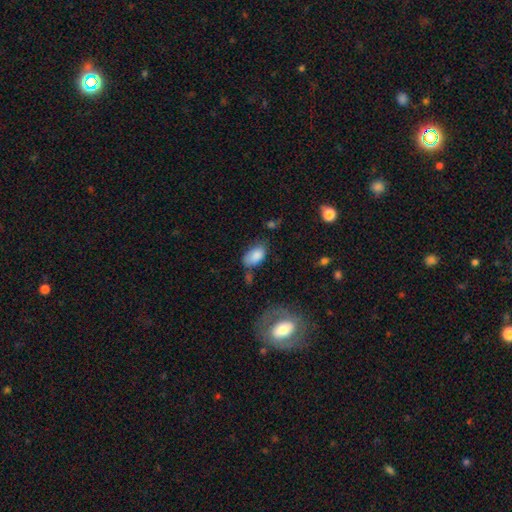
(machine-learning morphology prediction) A smooth galaxy with no disk features (85%) that is in between round and cigar-shaped (93%). Merging: none (54%).